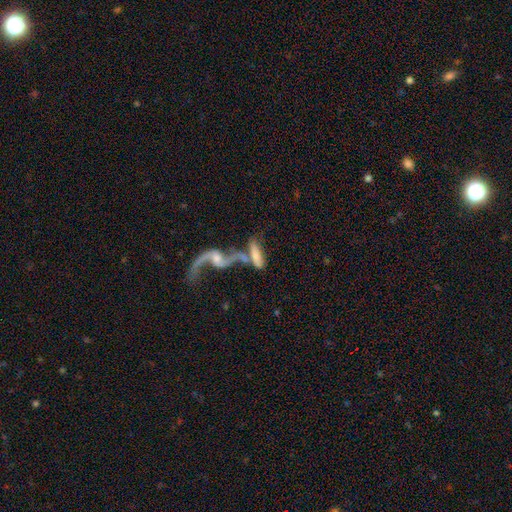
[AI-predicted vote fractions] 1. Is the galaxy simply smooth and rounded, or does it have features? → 50% featured or disk, 42% smooth, 8% star or artifact.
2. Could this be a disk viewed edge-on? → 78% no, 22% yes.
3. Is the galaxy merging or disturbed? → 60% merger, 19% none, 12% major disturbance, 9% minor disturbance.